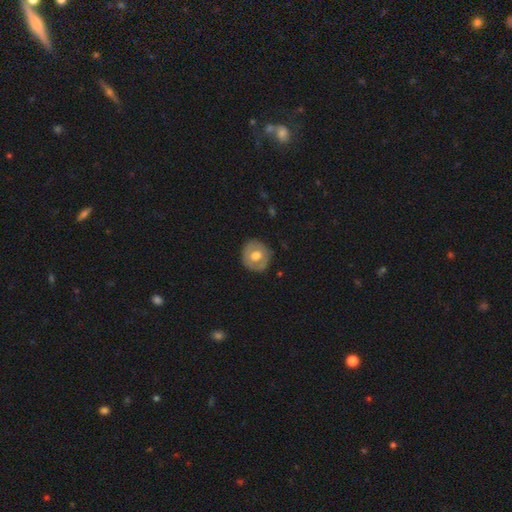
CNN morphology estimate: smooth-or-featured: smooth: 53% | featured or disk: 41% | star or artifact: 6%
  how-rounded: round: 84% | in between: 15% | cigar-shaped: 1%
  merging: none: 82% | minor disturbance: 13% | major disturbance: 3% | merger: 1%